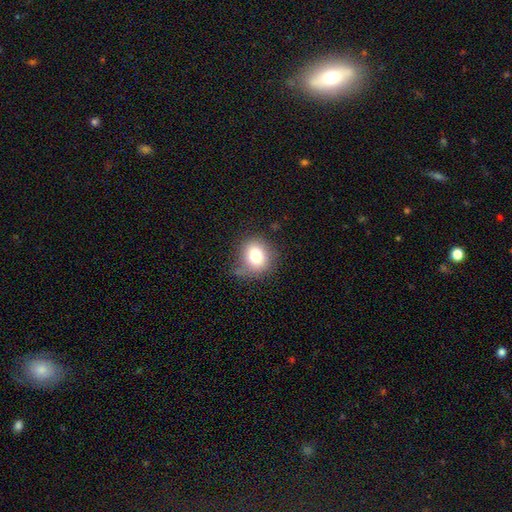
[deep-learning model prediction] Q: Smooth or featured?
A: smooth (80%); runner-up: star or artifact (10%)
Q: How rounded?
A: round (71%); runner-up: in between (28%)
Q: Merging?
A: none (69%); runner-up: minor disturbance (22%)